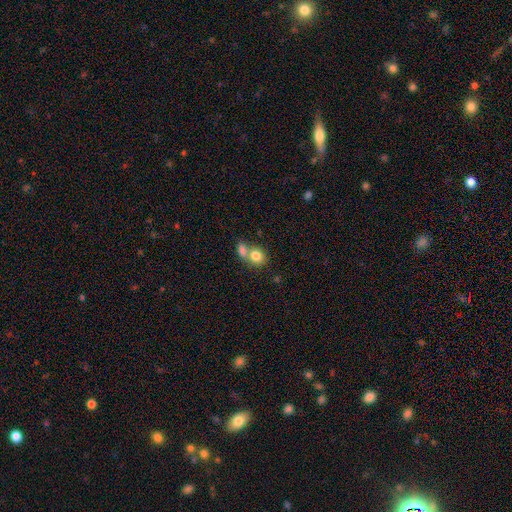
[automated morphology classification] This is likely a smooth galaxy (80%). How rounded: likely round (67%). Merging: possibly merger (57%).